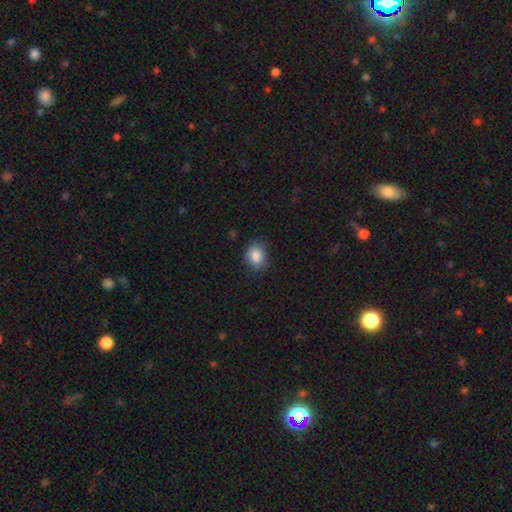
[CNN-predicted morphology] A smooth galaxy with no disk features (86%) that is round (53%).

Vote fractions:
- Smooth or featured? smooth: 86% / star or artifact: 8% / featured or disk: 5%
- How rounded? round: 53% / in between: 46% / cigar-shaped: 1%
- Merging? none: 72% / minor disturbance: 21% / major disturbance: 5% / merger: 1%